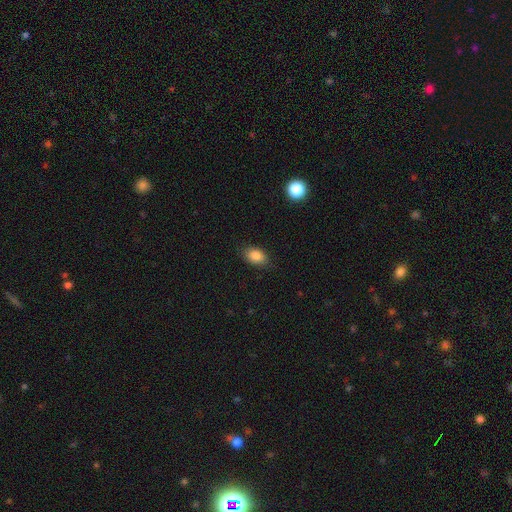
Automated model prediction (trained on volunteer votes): Q: Smooth or featured?
A: smooth (86%); runner-up: star or artifact (9%)
Q: How rounded?
A: in between (85%); runner-up: round (13%)
Q: Merging?
A: none (84%); runner-up: minor disturbance (13%)